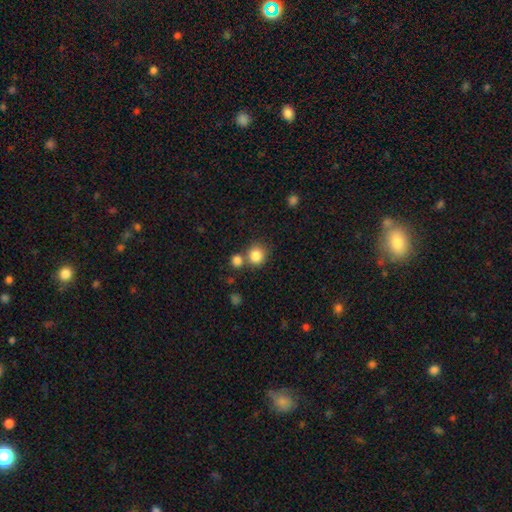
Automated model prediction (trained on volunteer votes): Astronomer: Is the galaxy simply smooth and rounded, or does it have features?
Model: smooth — 84%.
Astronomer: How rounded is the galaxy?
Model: round — 89%.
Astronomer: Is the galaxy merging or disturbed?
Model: none — 65%.